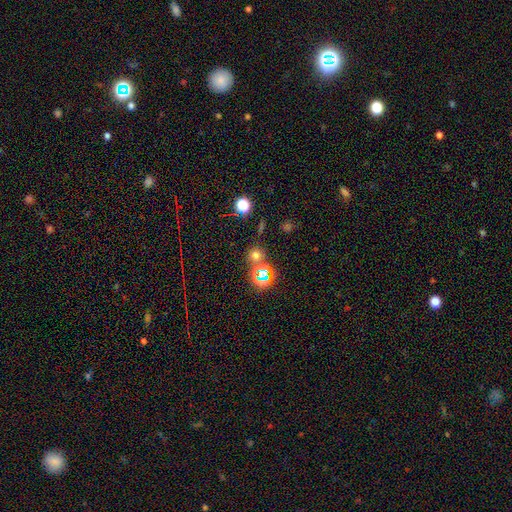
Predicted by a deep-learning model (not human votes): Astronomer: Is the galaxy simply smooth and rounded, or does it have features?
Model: smooth — 58% (runner-up: star or artifact, 35%).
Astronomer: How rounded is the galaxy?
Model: round — 87%.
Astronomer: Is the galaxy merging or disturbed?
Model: none — 75%.